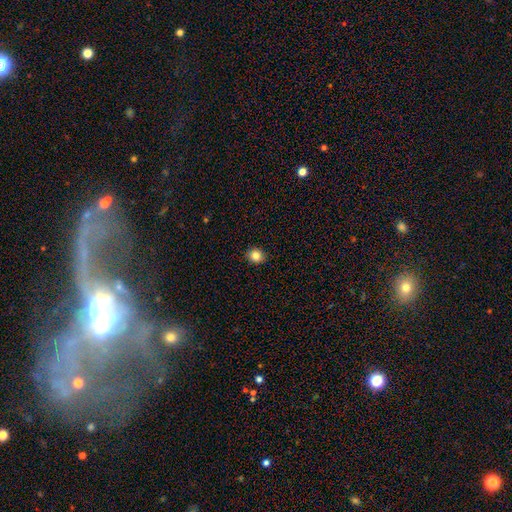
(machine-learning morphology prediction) Q: Smooth or featured?
A: smooth (84%); runner-up: star or artifact (10%)
Q: How rounded?
A: round (78%); runner-up: in between (21%)
Q: Merging?
A: none (90%); runner-up: minor disturbance (7%)